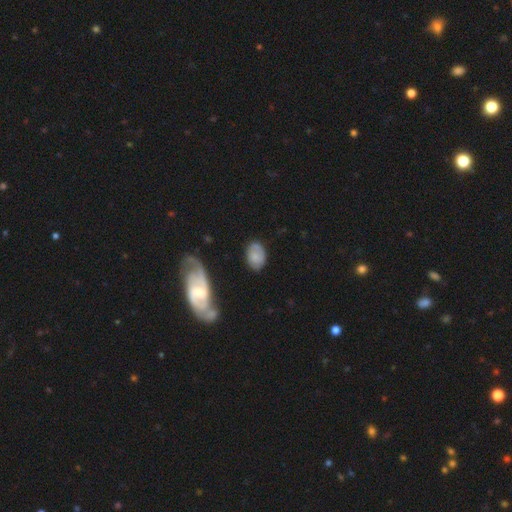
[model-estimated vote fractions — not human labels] This is likely a smooth galaxy (65%). How rounded: likely in between (77%). Merging: likely none (69%).